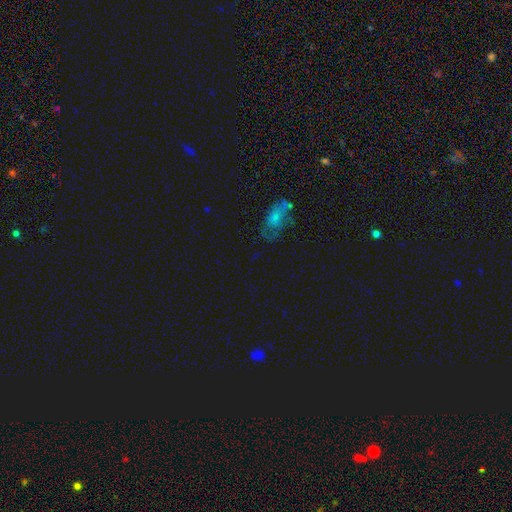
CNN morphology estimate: A smooth galaxy with no disk features (41%).

Vote fractions:
- Smooth or featured? smooth: 41% / star or artifact: 35% / featured or disk: 25%
- Merging? none: 60% / minor disturbance: 20% / major disturbance: 14% / merger: 7%